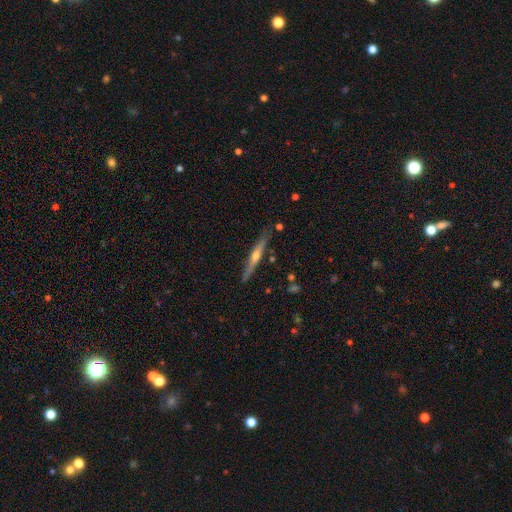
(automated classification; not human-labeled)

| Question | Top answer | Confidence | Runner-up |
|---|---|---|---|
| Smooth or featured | featured or disk | 72% | smooth (22%) |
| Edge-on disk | yes | 97% | no (3%) |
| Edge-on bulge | rounded | 85% | none (12%) |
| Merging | none | 87% | minor disturbance (9%) |